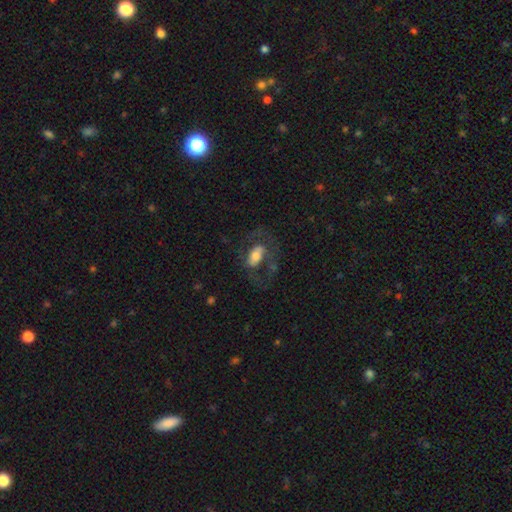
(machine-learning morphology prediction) type=smooth (49%); merging=none (47%).